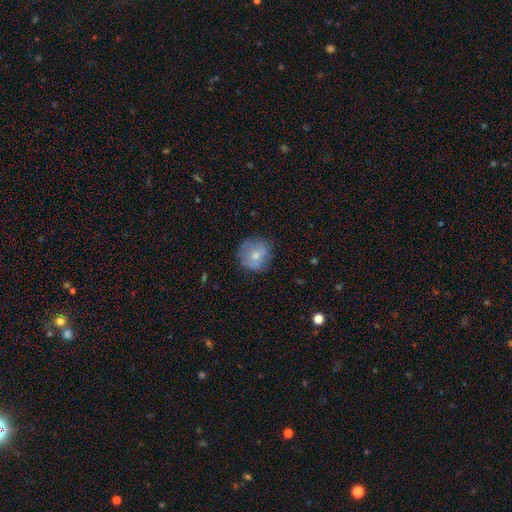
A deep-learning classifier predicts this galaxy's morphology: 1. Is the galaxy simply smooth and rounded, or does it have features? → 69% smooth, 23% featured or disk, 8% star or artifact.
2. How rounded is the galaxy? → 86% round, 13% in between, 1% cigar-shaped.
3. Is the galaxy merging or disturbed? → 73% none, 19% minor disturbance, 6% major disturbance, 1% merger.